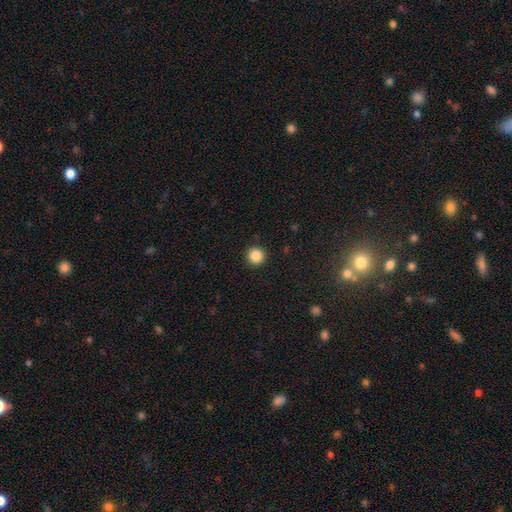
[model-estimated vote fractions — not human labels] Q: Smooth or featured?
A: smooth (86%); runner-up: star or artifact (11%)
Q: How rounded?
A: round (95%); runner-up: in between (4%)
Q: Merging?
A: none (92%); runner-up: minor disturbance (5%)